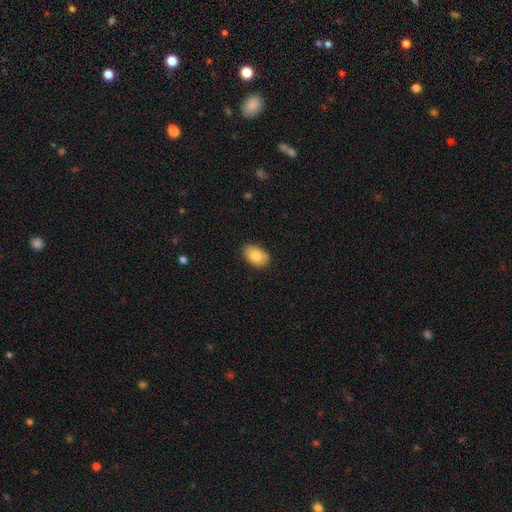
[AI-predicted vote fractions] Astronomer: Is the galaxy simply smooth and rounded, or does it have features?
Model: smooth — 83%.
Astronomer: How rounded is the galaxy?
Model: in between — 87%.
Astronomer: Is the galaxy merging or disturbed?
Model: none — 83%.